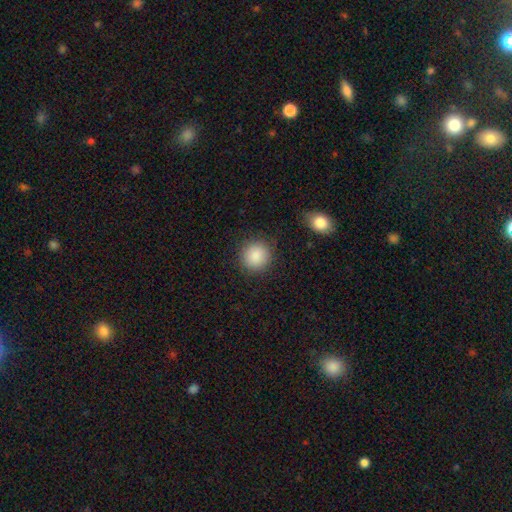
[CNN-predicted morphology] Q: Smooth or featured?
A: smooth (88%); runner-up: star or artifact (8%)
Q: How rounded?
A: round (92%); runner-up: in between (7%)
Q: Merging?
A: none (88%); runner-up: minor disturbance (8%)